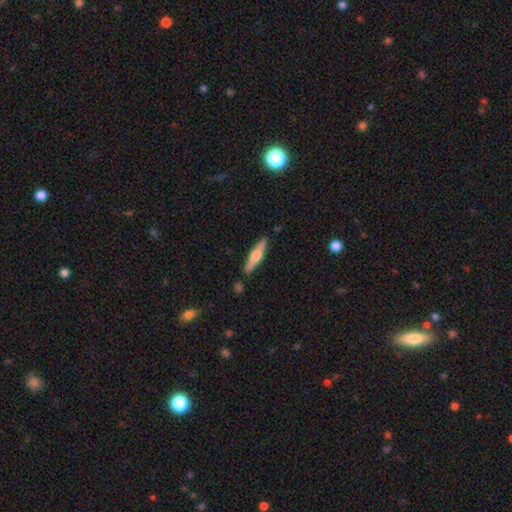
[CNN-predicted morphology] Smooth or featured? featured or disk (53%)
Edge-on disk? yes (96%)
Edge-on bulge? rounded (88%)
Merging? none (87%)